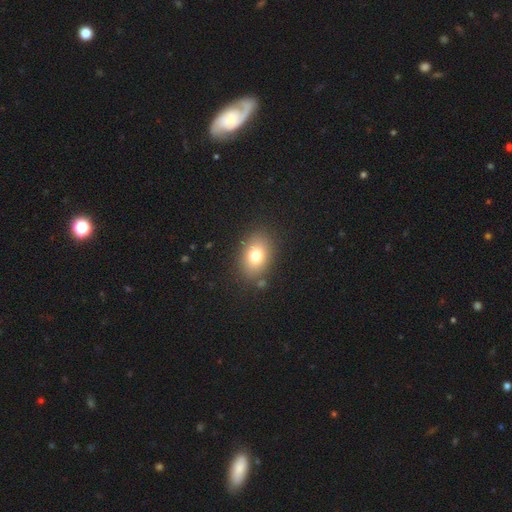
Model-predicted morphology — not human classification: smooth_or_featured: smooth (p=0.77) [alt: featured or disk p=0.12]
how_rounded: in between (p=0.75) [alt: round p=0.24]
merging: none (p=0.83) [alt: minor disturbance p=0.10]